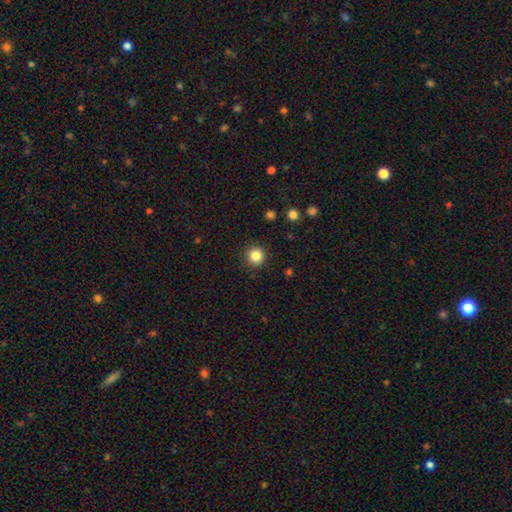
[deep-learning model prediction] Smooth or featured? smooth (85%)
How rounded? round (95%)
Merging? none (92%)